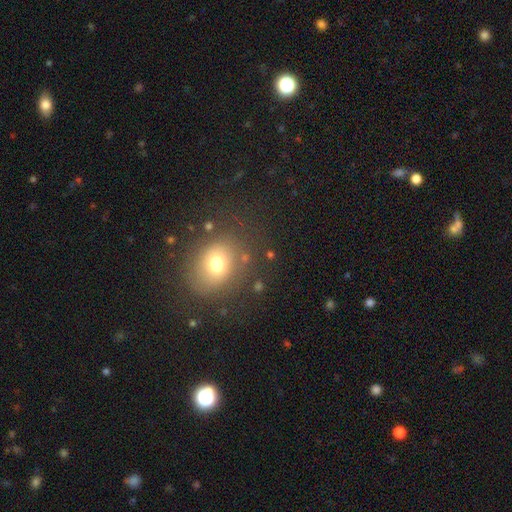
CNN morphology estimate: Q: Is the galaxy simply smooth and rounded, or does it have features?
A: smooth — 63%.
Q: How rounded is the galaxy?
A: round — 62%.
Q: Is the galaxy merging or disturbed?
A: none — 81%.